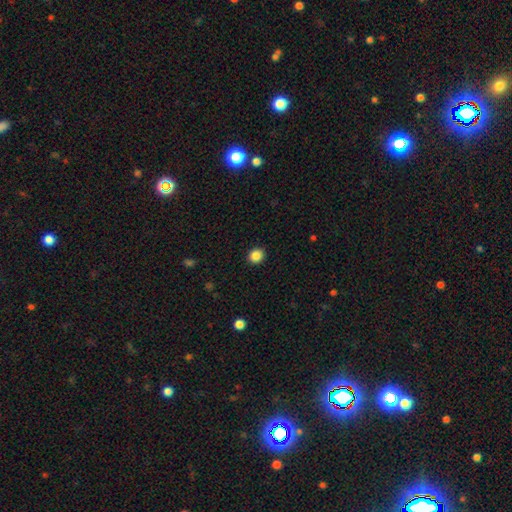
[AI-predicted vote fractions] Smooth or featured? Predicted: smooth (p=0.87). How rounded? Predicted: round (p=0.84). Merging? Predicted: none (p=0.92).